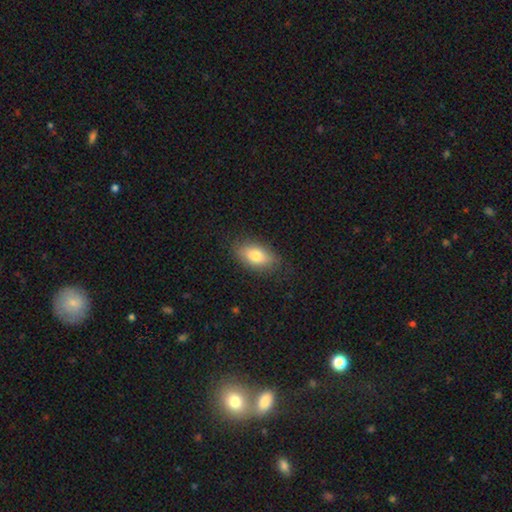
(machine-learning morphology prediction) Q: Smooth or featured?
A: smooth (78%); runner-up: featured or disk (14%)
Q: How rounded?
A: in between (88%); runner-up: round (7%)
Q: Merging?
A: none (83%); runner-up: minor disturbance (13%)